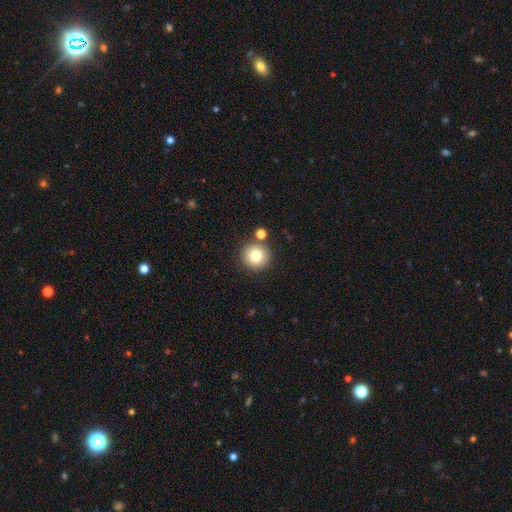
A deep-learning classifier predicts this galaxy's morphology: Smooth or featured: smooth — 80% (star or artifact — 11%)
How rounded: round — 95% (in between — 4%)
Merging: none — 83% (merger — 9%)